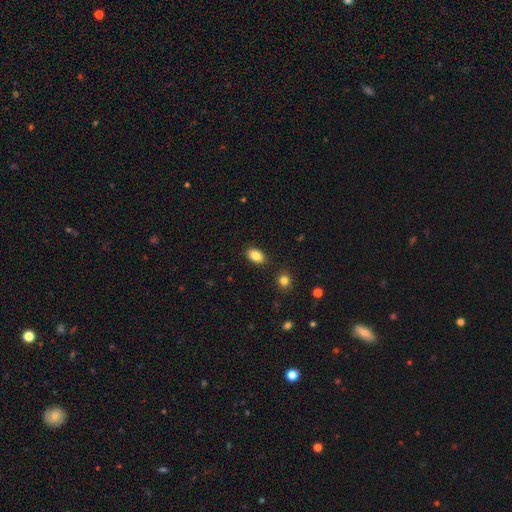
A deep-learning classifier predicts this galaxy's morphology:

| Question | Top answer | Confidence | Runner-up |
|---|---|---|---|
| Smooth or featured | smooth | 86% | star or artifact (8%) |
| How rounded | in between | 89% | round (9%) |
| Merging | none | 88% | minor disturbance (8%) |